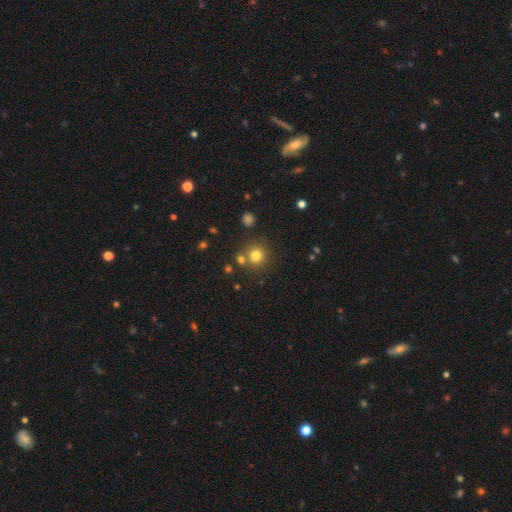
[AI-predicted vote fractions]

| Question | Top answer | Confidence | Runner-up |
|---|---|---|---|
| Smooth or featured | smooth | 78% | star or artifact (14%) |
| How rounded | round | 93% | in between (7%) |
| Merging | none | 77% | merger (12%) |